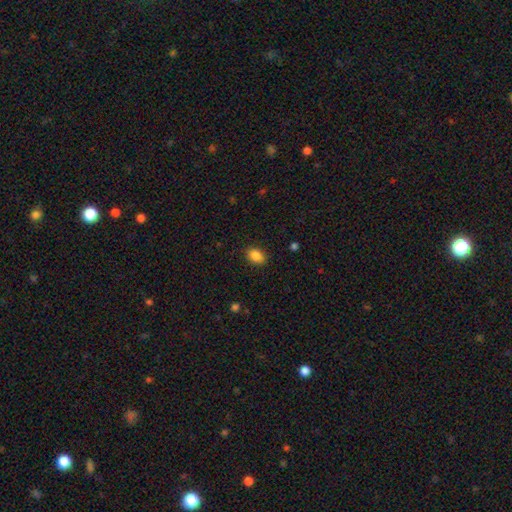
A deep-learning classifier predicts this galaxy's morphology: The model was most divided on "how rounded": in between: 76%, round: 22%, cigar-shaped: 1%. More confident: merging — none (88%); smooth or featured — smooth (87%).